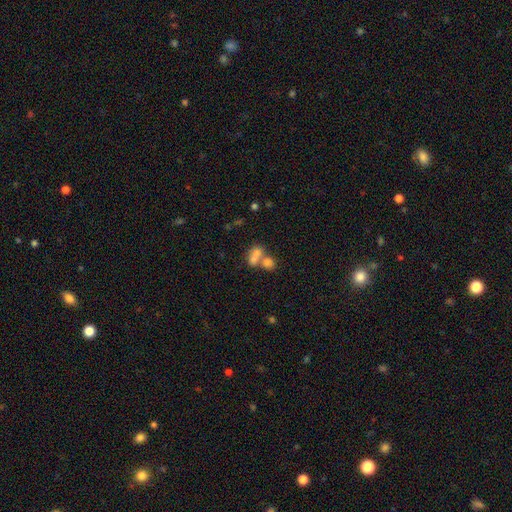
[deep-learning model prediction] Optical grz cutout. It shows a smooth galaxy with no disk features (67%) that is in between round and cigar-shaped (52%). Merging: merger (65%).